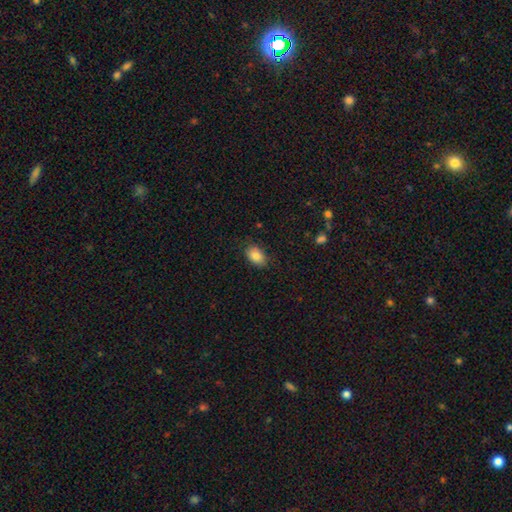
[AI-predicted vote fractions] smooth_or_featured: smooth (p=0.85) [alt: star or artifact p=0.08]
how_rounded: in between (p=0.83) [alt: round p=0.16]
merging: none (p=0.80) [alt: minor disturbance p=0.15]